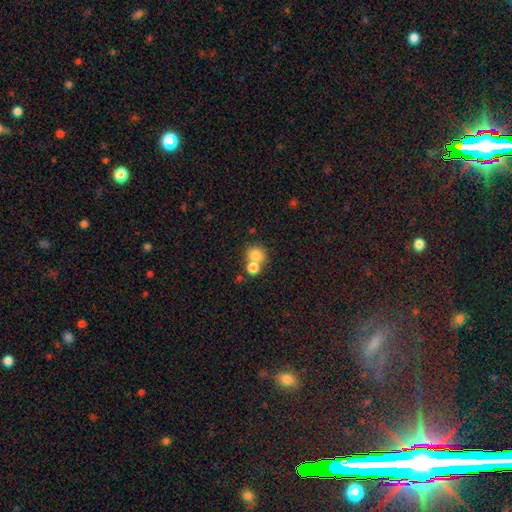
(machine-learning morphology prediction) This appears to be a smooth galaxy with no disk features (79%) that is round (79%). Merging: merger (47%).